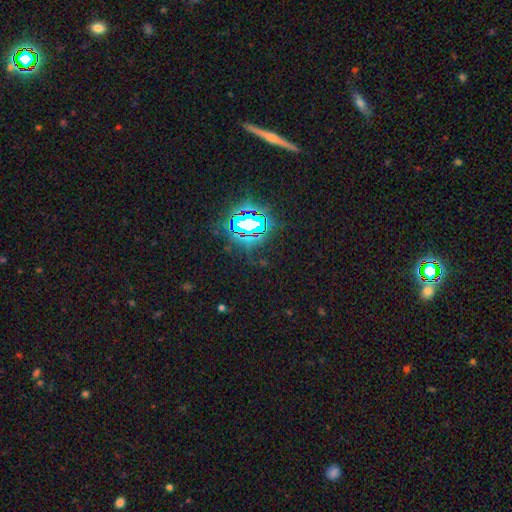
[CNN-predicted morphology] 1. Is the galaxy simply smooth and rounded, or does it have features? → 76% star or artifact, 13% smooth, 11% featured or disk.